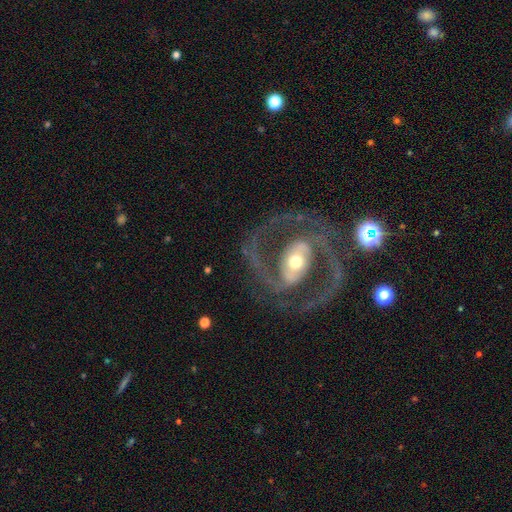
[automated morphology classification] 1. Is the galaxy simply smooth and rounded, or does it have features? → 90% featured or disk, 5% star or artifact, 5% smooth.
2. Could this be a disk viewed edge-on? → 96% no, 4% yes.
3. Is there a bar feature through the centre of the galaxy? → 52% strong, 27% weak, 21% no.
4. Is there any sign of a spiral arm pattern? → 93% yes, 7% no.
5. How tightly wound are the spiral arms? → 54% medium, 35% tight, 12% loose.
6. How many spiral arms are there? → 91% 2, 3% can't tell, 2% 3, 2% 1, 1% 4, 1% more than 4.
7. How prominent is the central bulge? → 52% moderate, 39% small, 6% large, 1% dominant, 1% none.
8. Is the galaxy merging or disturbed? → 77% none, 12% minor disturbance, 9% major disturbance, 3% merger.